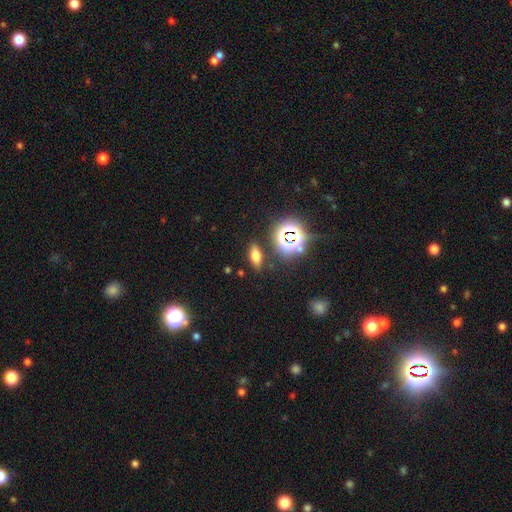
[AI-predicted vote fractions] Q: Smooth or featured?
A: smooth (59%); runner-up: star or artifact (28%)
Q: How rounded?
A: in between (72%); runner-up: cigar-shaped (18%)
Q: Merging?
A: none (85%); runner-up: minor disturbance (8%)